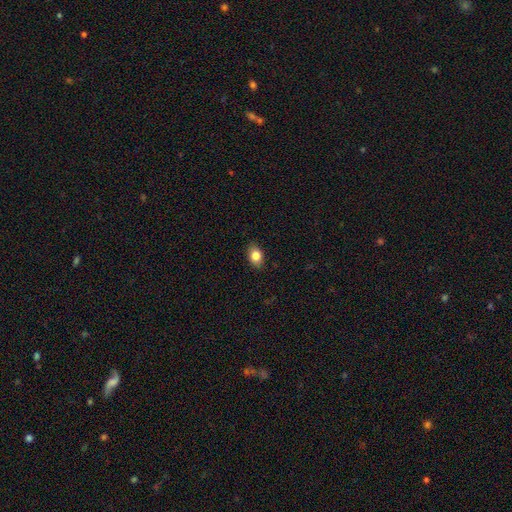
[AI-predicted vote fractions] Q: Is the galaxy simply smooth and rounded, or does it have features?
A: smooth — 84%.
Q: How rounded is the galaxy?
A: in between — 78%.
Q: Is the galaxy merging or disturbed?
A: none — 87%.